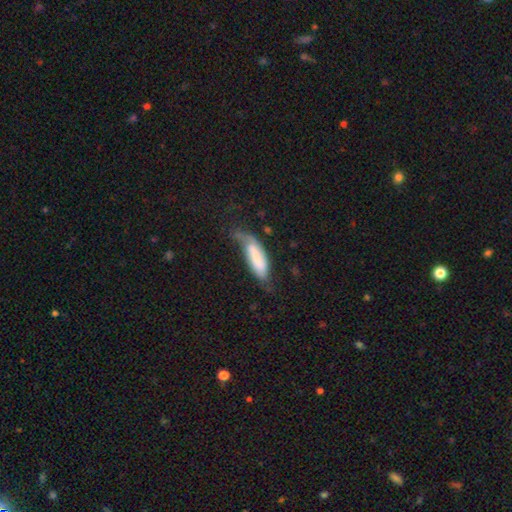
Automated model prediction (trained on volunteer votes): smooth_or_featured: smooth (p=0.65) [alt: featured or disk p=0.28]
how_rounded: in between (p=0.62) [alt: cigar-shaped p=0.36]
merging: minor disturbance (p=0.38) [alt: none p=0.33]